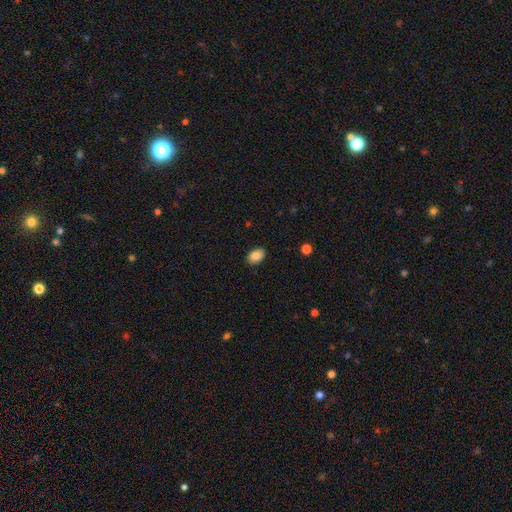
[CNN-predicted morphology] The model was most divided on "how rounded": in between: 82%, round: 17%, cigar-shaped: 1%. More confident: merging — none (88%); smooth or featured — smooth (86%).